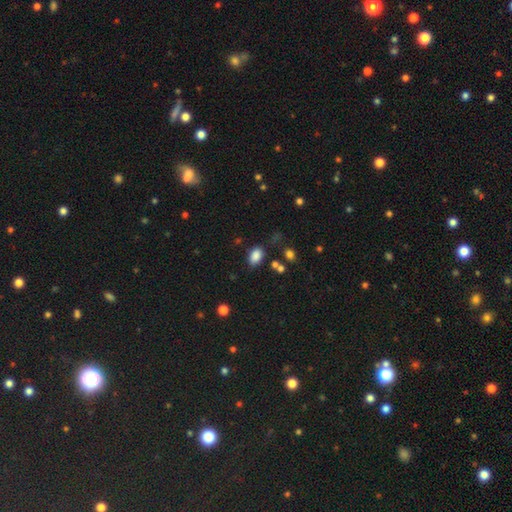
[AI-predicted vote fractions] Smooth or featured?
  - smooth: 85% *
  - star or artifact: 10%
  - featured or disk: 5%
How rounded?
  - in between: 86% *
  - round: 12%
  - cigar-shaped: 1%
Merging?
  - none: 77% *
  - minor disturbance: 15%
  - major disturbance: 4%
  - merger: 4%